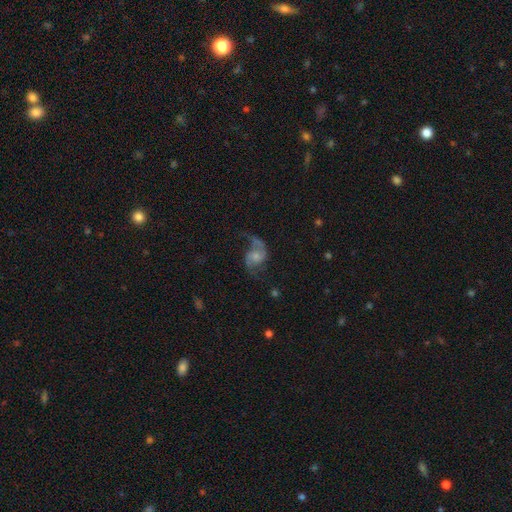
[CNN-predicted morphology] A featured or disk galaxy (78%) with no bar (61%), 2 (88%) loose (68%) spiral arms (94%) and a small central bulge (41%). Merging: none (55%).